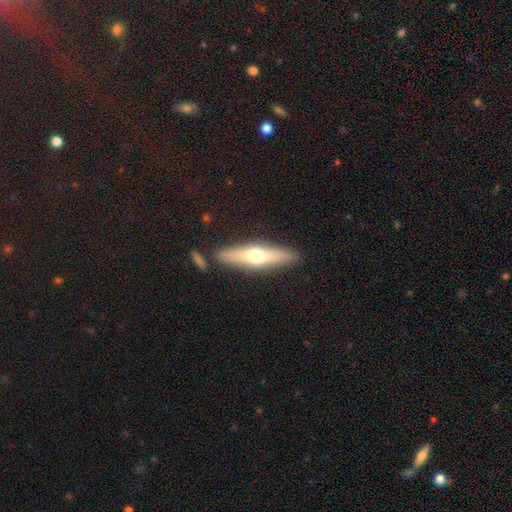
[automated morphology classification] smooth 48%, featured or disk 47%, star or artifact 5%. Down the decision tree: merging — none (85%).